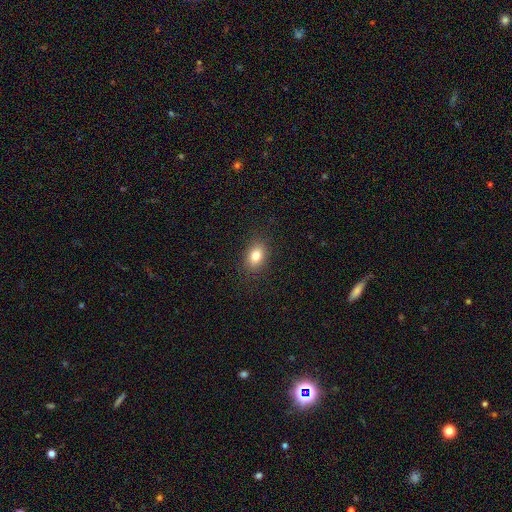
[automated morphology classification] Overall: smooth (81%). How rounded: in between (73%). Merging: none (87%).